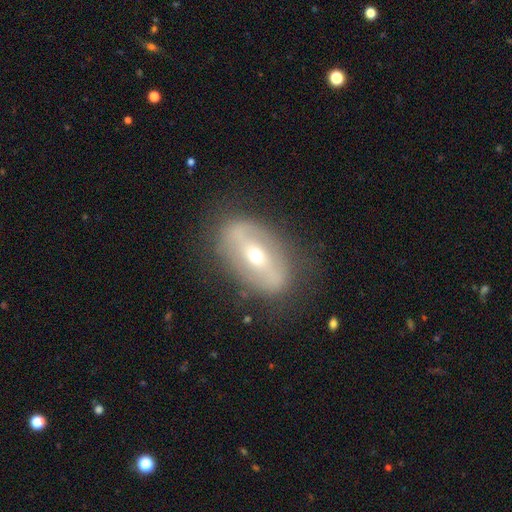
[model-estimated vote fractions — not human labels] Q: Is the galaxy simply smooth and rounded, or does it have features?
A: featured or disk — 67%.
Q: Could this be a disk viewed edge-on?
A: no — 88%.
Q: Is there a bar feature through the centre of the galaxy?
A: strong — 45%.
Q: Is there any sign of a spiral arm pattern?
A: no — 57%.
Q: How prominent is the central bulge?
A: moderate — 51%.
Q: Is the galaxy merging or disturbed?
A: none — 77%.